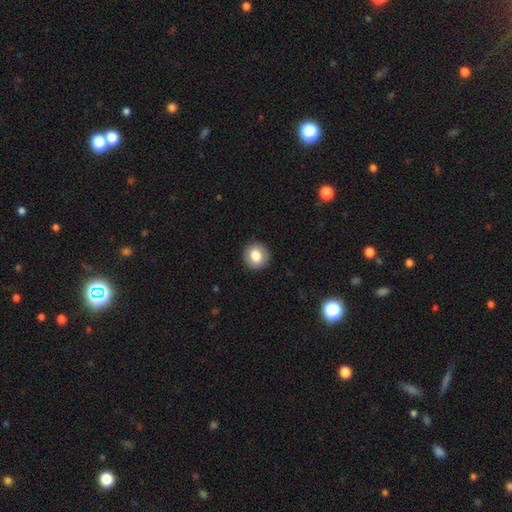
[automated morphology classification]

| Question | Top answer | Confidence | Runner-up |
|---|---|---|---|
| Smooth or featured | smooth | 80% | featured or disk (12%) |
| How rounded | round | 85% | in between (14%) |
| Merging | none | 90% | minor disturbance (7%) |